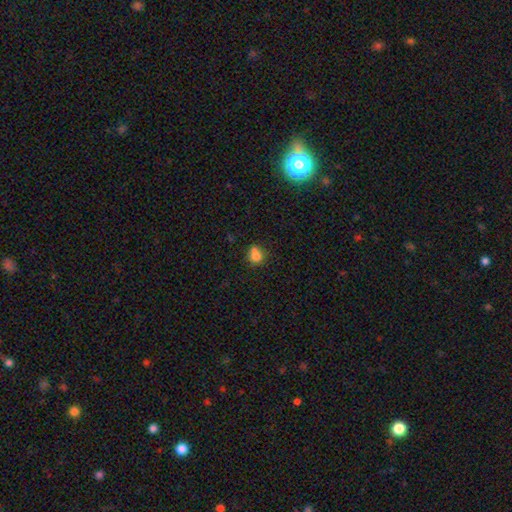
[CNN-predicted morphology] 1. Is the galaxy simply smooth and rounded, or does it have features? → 77% smooth, 12% star or artifact, 11% featured or disk.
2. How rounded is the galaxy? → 82% round, 17% in between, 1% cigar-shaped.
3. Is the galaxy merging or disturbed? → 50% none, 29% merger, 15% minor disturbance, 5% major disturbance.